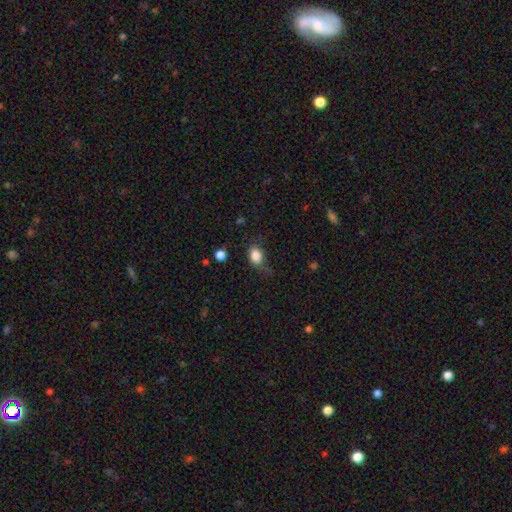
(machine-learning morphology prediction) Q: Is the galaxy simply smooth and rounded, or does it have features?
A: smooth — 84%.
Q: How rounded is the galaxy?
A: in between — 70%.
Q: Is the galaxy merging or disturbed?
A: none — 58%.